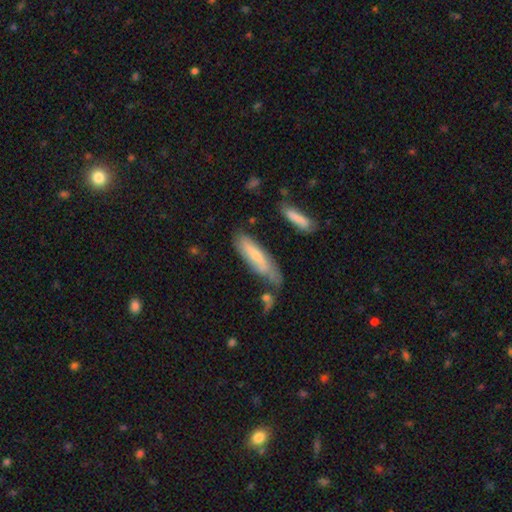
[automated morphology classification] Smooth or featured?
  - smooth: 57% *
  - featured or disk: 36%
  - star or artifact: 6%
How rounded?
  - cigar-shaped: 65% *
  - in between: 33%
  - round: 2%
Merging?
  - none: 52% *
  - minor disturbance: 28%
  - major disturbance: 11%
  - merger: 10%